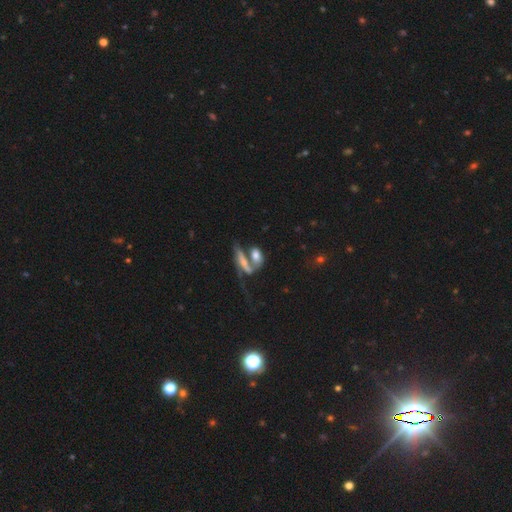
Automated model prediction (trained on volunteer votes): Q: Smooth or featured?
A: smooth (58%); runner-up: featured or disk (32%)
Q: How rounded?
A: in between (68%); runner-up: cigar-shaped (20%)
Q: Merging?
A: merger (57%); runner-up: none (24%)